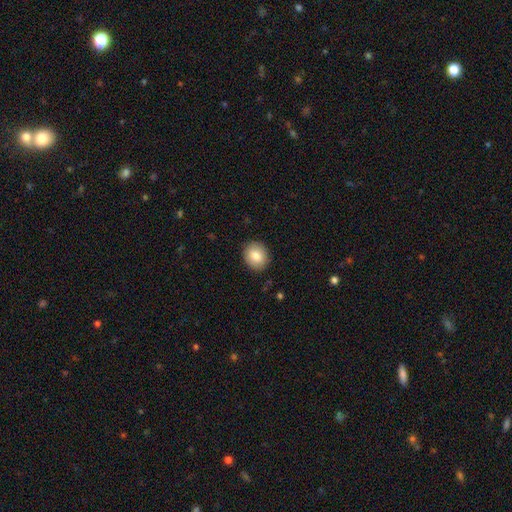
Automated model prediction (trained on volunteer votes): Overall: smooth (84%). How rounded: round (75%). Merging: none (90%).